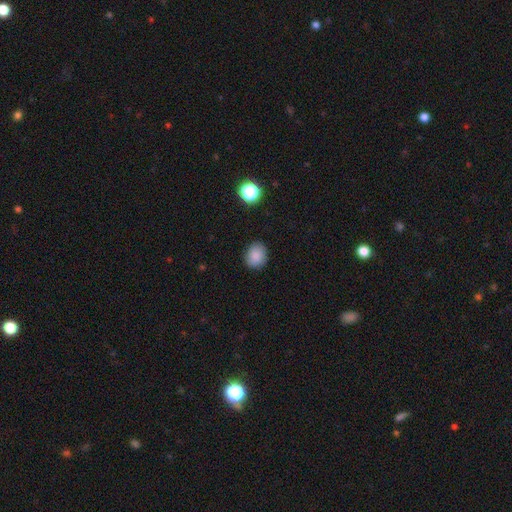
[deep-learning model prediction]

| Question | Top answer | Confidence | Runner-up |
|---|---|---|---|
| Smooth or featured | smooth | 86% | star or artifact (10%) |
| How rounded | round | 64% | in between (35%) |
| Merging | none | 86% | minor disturbance (10%) |